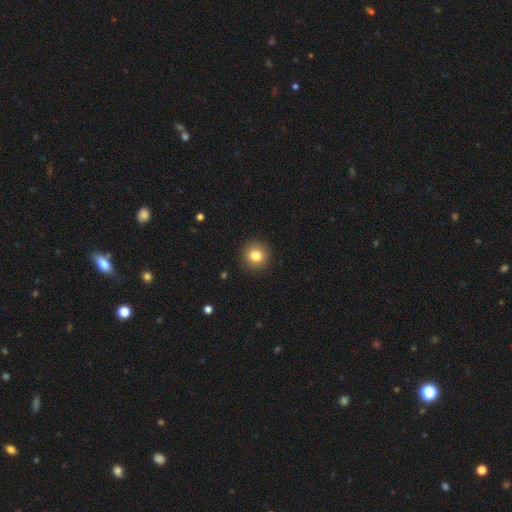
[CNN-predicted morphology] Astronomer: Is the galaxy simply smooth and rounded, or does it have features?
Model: smooth — 82%.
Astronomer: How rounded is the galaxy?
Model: round — 92%.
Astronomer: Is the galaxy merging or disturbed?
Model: none — 92%.